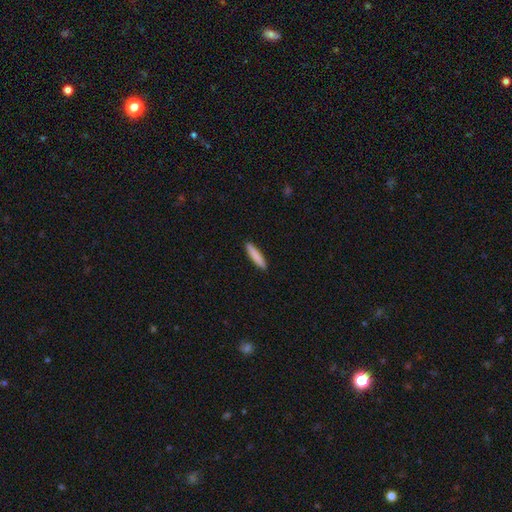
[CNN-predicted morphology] This is clearly a smooth galaxy (85%). How rounded: clearly cigar-shaped (89%). Merging: clearly none (92%).